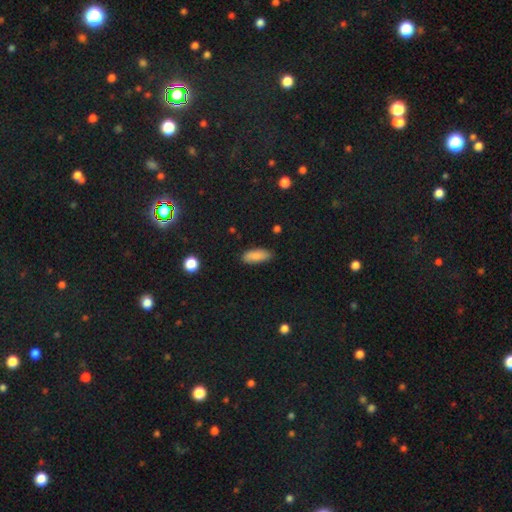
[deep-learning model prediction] smooth_or_featured: smooth (p=0.87) [alt: star or artifact p=0.07]
how_rounded: in between (p=0.75) [alt: cigar-shaped p=0.23]
merging: none (p=0.81) [alt: minor disturbance p=0.15]